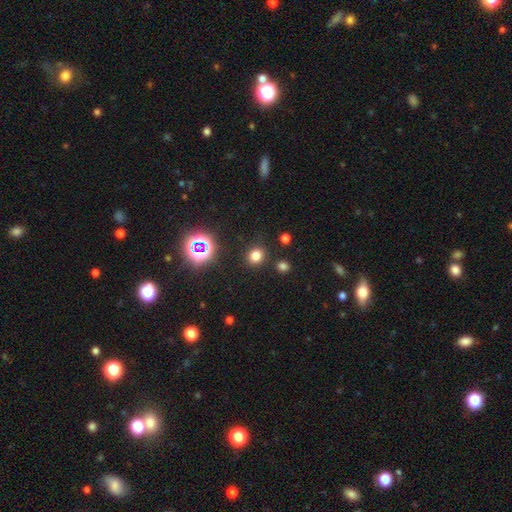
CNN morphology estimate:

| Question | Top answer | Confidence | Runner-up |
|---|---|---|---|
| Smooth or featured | smooth | 75% | star or artifact (20%) |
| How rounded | round | 77% | in between (22%) |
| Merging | none | 86% | minor disturbance (7%) |